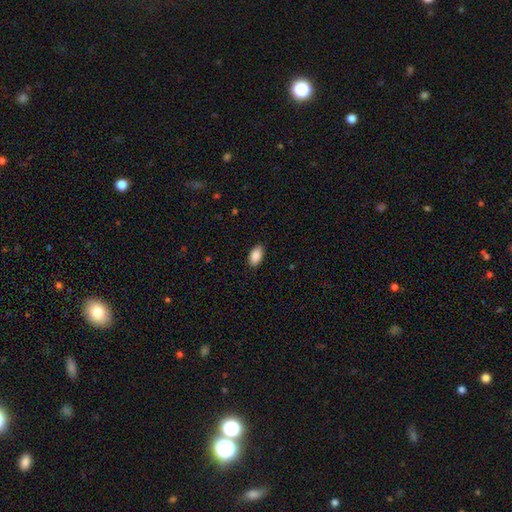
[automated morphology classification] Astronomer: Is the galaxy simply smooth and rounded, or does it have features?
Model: smooth — 90%.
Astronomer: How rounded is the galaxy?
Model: in between — 94%.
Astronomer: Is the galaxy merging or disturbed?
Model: none — 88%.